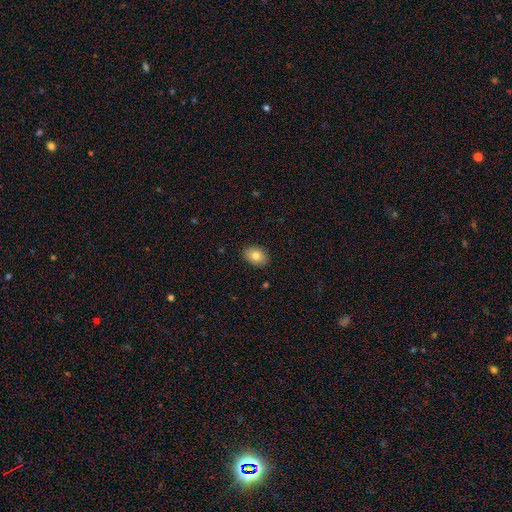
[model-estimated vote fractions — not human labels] This appears to be a smooth galaxy with no disk features (81%) that is in between round and cigar-shaped (77%). Merging: none (88%).